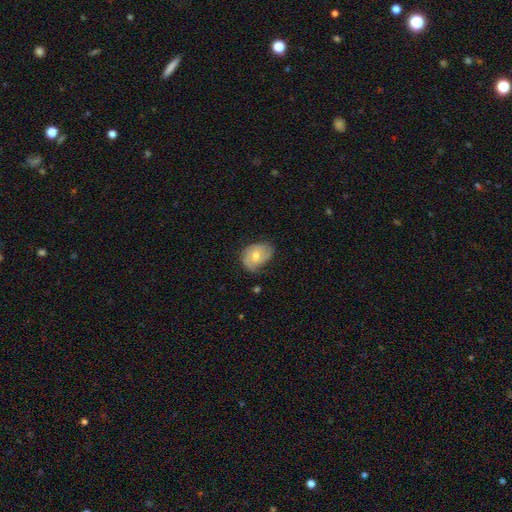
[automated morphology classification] Smooth or featured?
  - featured or disk: 47% *
  - smooth: 45%
  - star or artifact: 8%
Merging?
  - none: 57% *
  - minor disturbance: 33%
  - major disturbance: 9%
  - merger: 2%